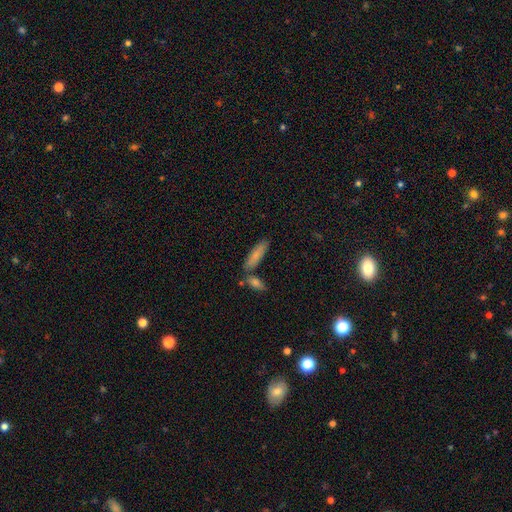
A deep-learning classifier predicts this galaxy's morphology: This is clearly a smooth galaxy (81%). How rounded: possibly cigar-shaped (59%). Merging: likely none (71%).